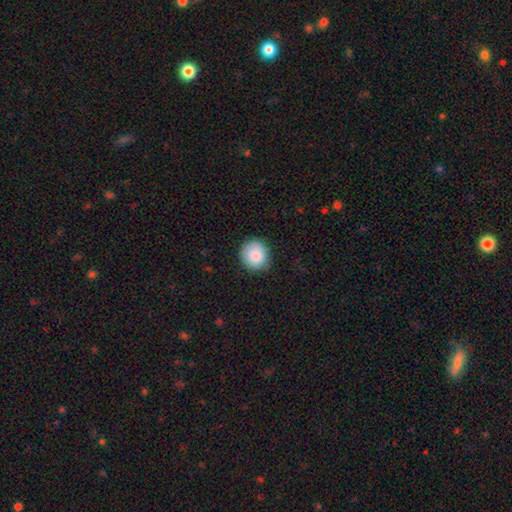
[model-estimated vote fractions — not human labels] A smooth galaxy with no disk features (86%) that is round (89%). Merging: none (86%).